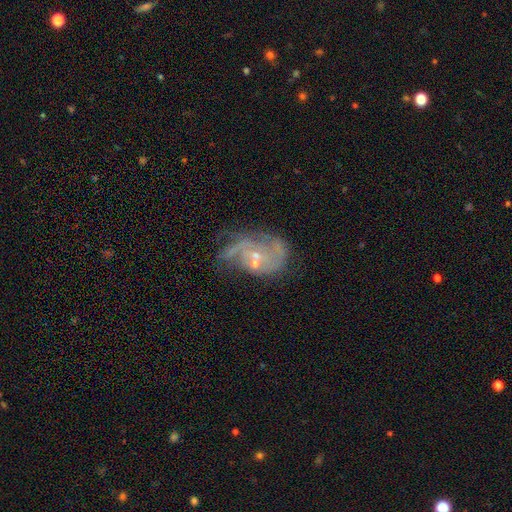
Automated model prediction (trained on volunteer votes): featured or disk 76%, smooth 12%, star or artifact 11%. Down the decision tree: edge-on disk — no (97%); bar — no (62%); spiral arms — yes (84%); spiral arm count — 2 (36%); spiral winding — medium (43%); bulge size — small (67%); merging — none (41%).